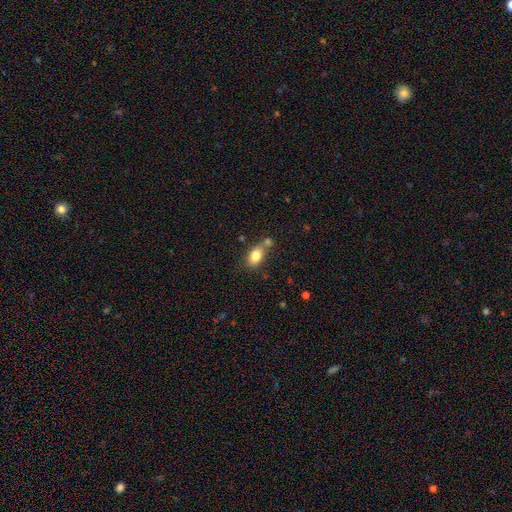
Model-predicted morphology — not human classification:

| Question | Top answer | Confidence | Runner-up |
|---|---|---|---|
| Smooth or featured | smooth | 81% | featured or disk (11%) |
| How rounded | in between | 82% | round (15%) |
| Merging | none | 54% | merger (24%) |